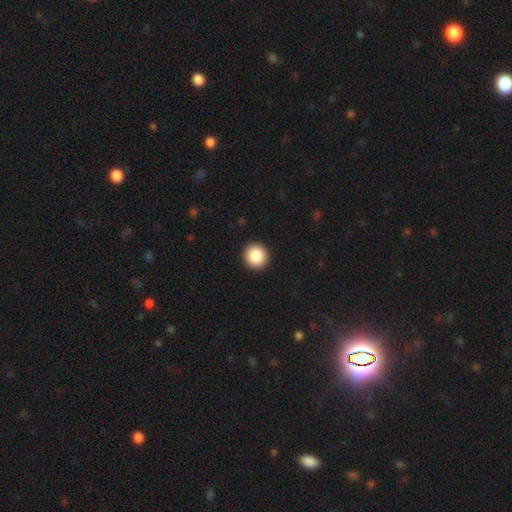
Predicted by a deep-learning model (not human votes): This appears to be a smooth galaxy with no disk features (88%) that is round (94%). Merging: none (94%).